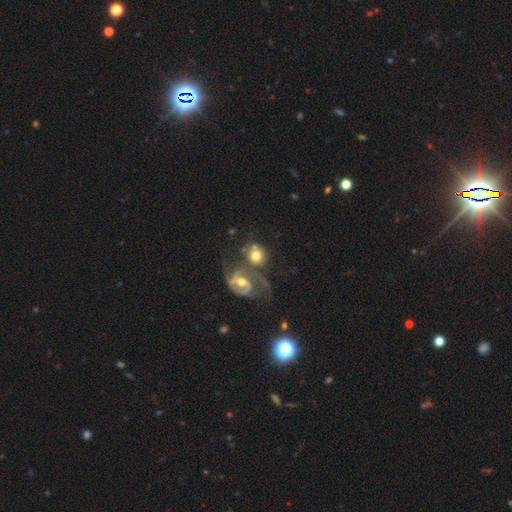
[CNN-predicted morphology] Q: Smooth or featured?
A: smooth (49%); runner-up: featured or disk (43%)
Q: Merging?
A: merger (47%); runner-up: none (31%)